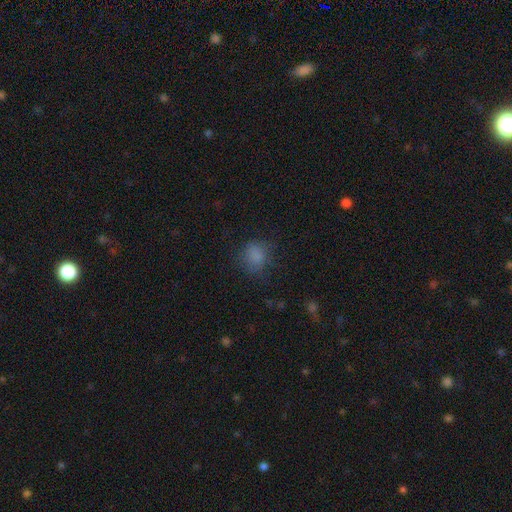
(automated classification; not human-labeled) Q: Smooth or featured?
A: smooth (80%); runner-up: star or artifact (13%)
Q: How rounded?
A: round (68%); runner-up: in between (31%)
Q: Merging?
A: none (69%); runner-up: minor disturbance (20%)